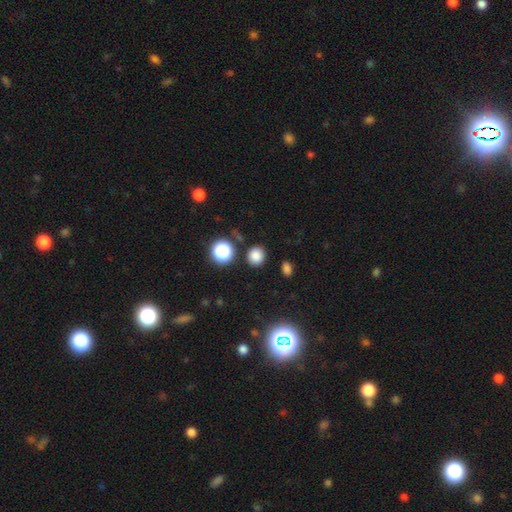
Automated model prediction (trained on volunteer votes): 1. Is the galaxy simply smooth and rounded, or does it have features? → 81% smooth, 15% star or artifact, 5% featured or disk.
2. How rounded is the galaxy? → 83% round, 16% in between, 1% cigar-shaped.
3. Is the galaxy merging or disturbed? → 87% none, 7% minor disturbance, 3% merger, 3% major disturbance.